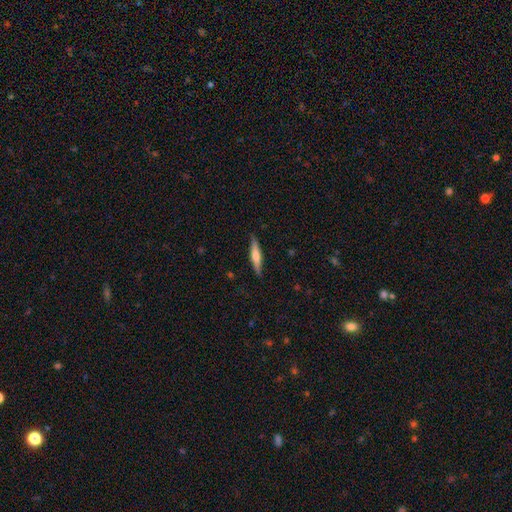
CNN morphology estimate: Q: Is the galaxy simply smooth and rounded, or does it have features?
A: smooth — 48%.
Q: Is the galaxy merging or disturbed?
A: none — 87%.